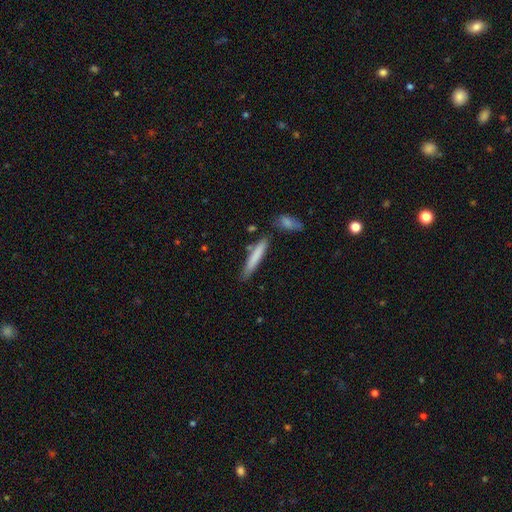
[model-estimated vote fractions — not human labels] This appears to be a smooth galaxy with no disk features (76%) that is cigar-shaped (93%). Merging: none (77%).